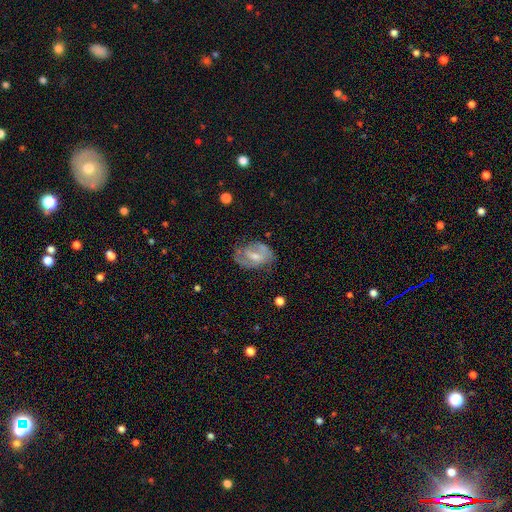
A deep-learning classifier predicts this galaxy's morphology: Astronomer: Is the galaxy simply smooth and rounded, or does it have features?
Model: featured or disk — 73%.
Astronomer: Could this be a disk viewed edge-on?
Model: no — 96%.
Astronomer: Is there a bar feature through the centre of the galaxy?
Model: weak — 51% (runner-up: no, 26%).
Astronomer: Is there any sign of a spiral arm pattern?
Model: yes — 85%.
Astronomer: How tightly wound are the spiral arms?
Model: medium — 48% (runner-up: tight, 30%).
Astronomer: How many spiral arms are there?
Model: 2 — 73%.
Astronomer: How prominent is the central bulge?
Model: small — 46% (runner-up: moderate, 44%).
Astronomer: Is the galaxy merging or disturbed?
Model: none — 60%.